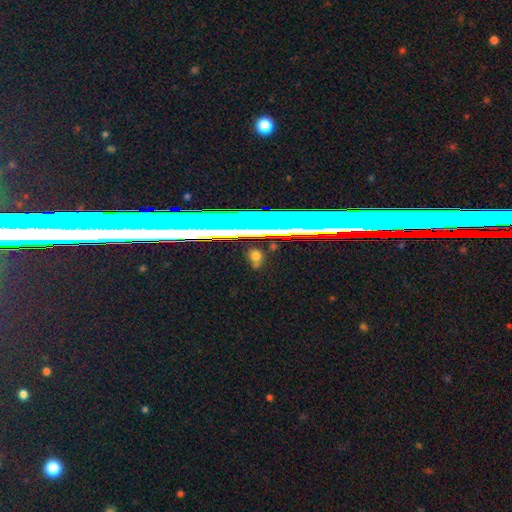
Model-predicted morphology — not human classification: type=star or artifact (41%).